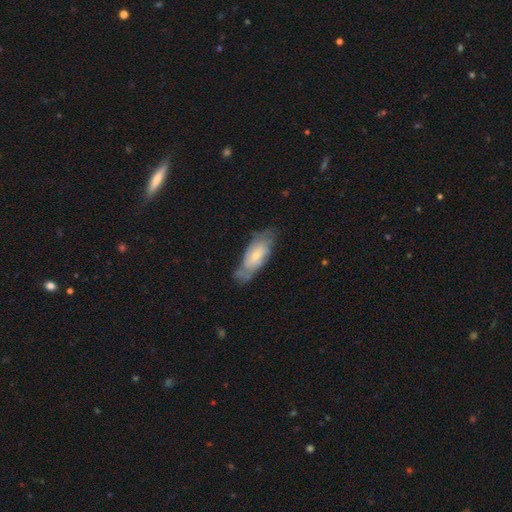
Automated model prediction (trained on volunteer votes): This is possibly a featured or disk galaxy (48%). Merging: possibly none (55%).